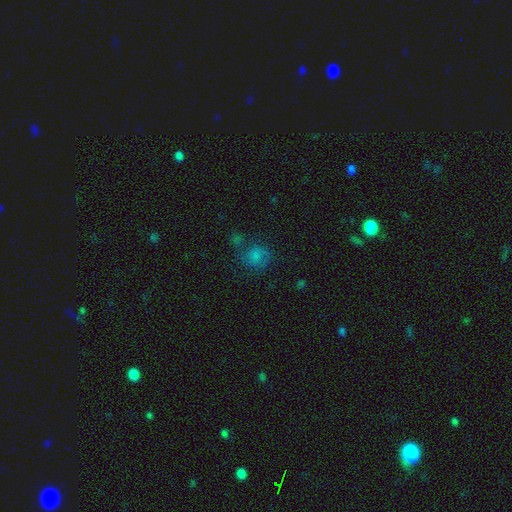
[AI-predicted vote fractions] This appears to be a smooth galaxy with no disk features (55%) that is round (71%). Merging: none (44%).